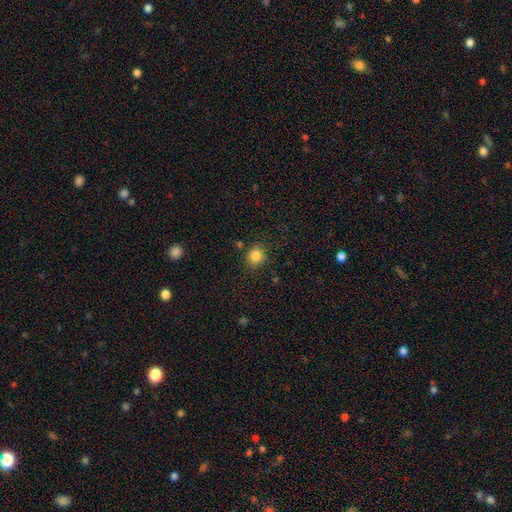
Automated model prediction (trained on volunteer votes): Smooth or featured? Predicted: smooth (p=0.83). How rounded? Predicted: round (p=0.88). Merging? Predicted: none (p=0.84).